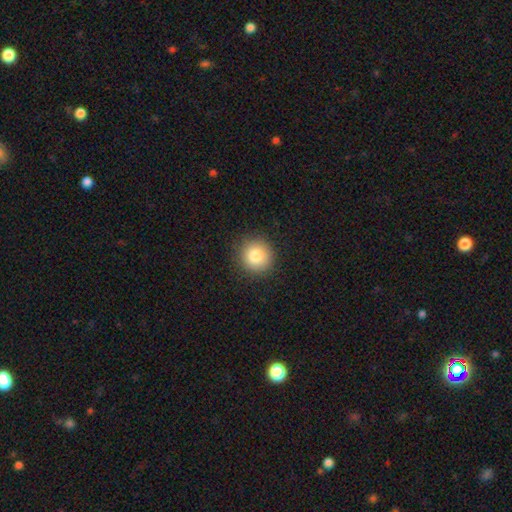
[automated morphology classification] smooth_or_featured: smooth (p=0.82) [alt: star or artifact p=0.10]
how_rounded: round (p=0.94) [alt: in between p=0.05]
merging: none (p=0.90) [alt: minor disturbance p=0.07]